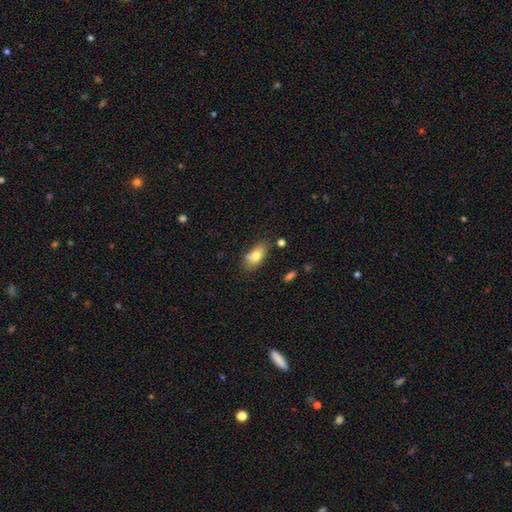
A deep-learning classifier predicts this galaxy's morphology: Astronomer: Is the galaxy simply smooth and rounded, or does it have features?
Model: smooth — 79%.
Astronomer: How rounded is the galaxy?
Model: in between — 88%.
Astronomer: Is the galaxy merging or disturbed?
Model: none — 68%.